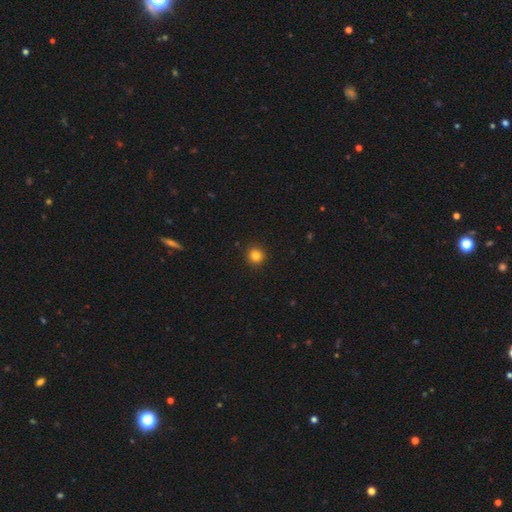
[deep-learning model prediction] Morphology: type=smooth (83%); roundness=round (93%); merging=none (92%).